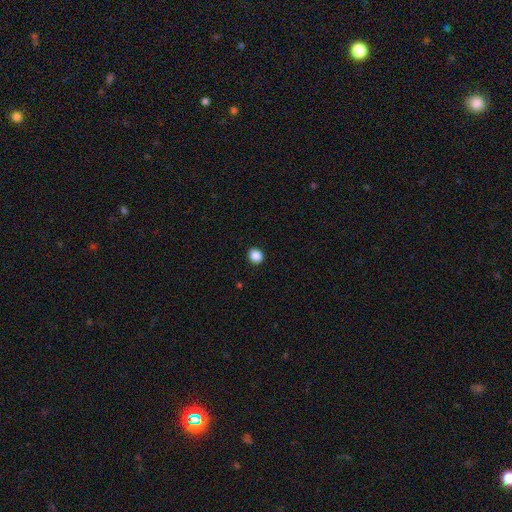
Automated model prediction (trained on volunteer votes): A smooth galaxy with no disk features (88%) that is round (81%). Merging: none (92%).